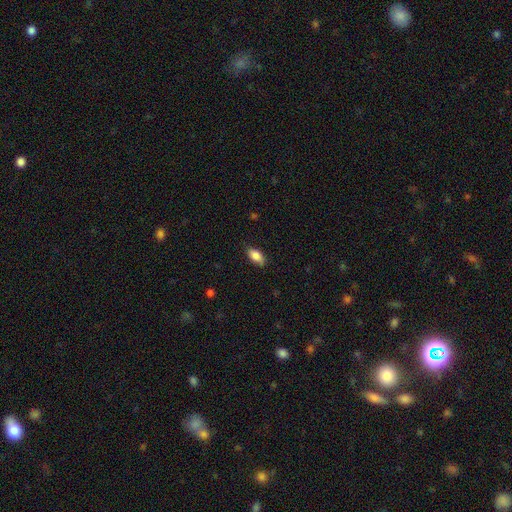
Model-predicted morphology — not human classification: smooth_or_featured: smooth (p=0.85) [alt: featured or disk p=0.08]
how_rounded: in between (p=0.89) [alt: cigar-shaped p=0.06]
merging: none (p=0.80) [alt: minor disturbance p=0.16]